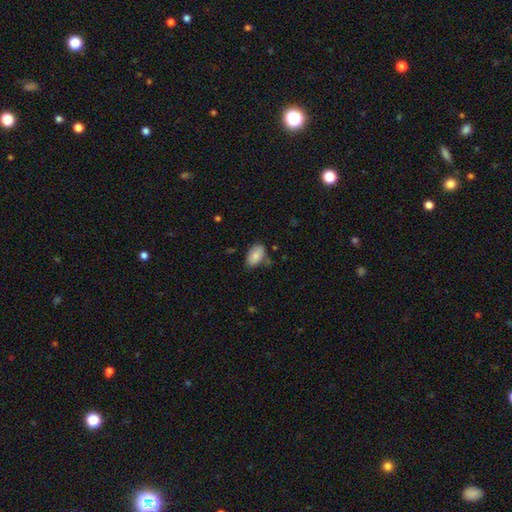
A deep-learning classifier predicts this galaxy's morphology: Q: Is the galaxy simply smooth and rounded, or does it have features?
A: smooth — 82%.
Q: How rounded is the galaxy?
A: in between — 92%.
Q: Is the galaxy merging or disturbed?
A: none — 64%.